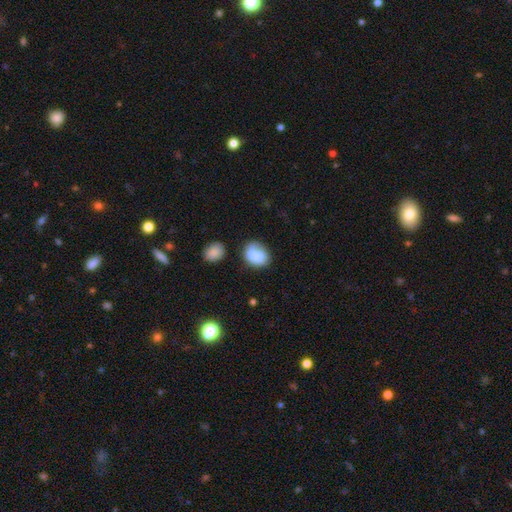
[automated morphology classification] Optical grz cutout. It shows a smooth galaxy with no disk features (81%) that is in between round and cigar-shaped (61%). Merging: none (56%).